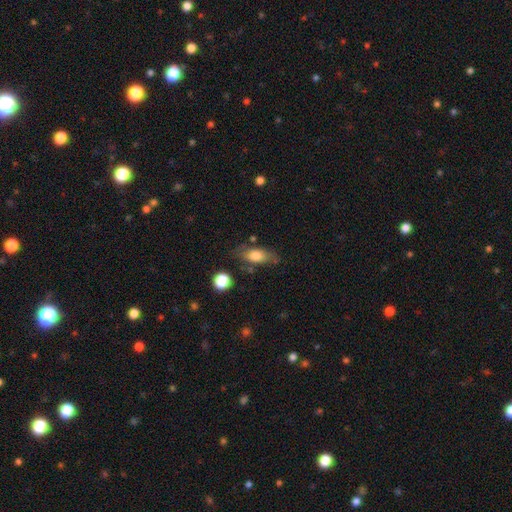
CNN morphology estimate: smooth 71%, featured or disk 21%, star or artifact 8%. Down the decision tree: how rounded — in between (80%); merging — none (67%).